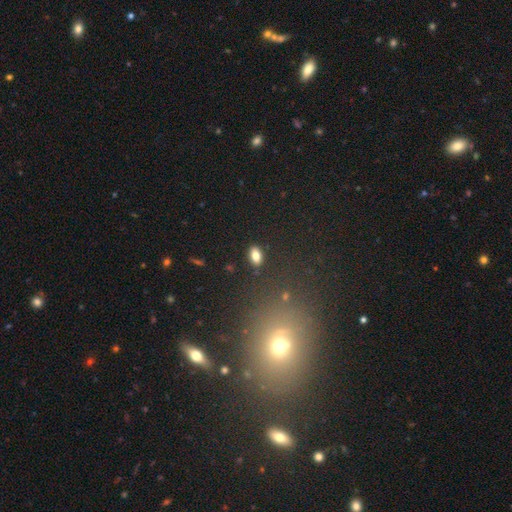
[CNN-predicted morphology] Smooth or featured?
  - smooth: 81% *
  - star or artifact: 11%
  - featured or disk: 8%
How rounded?
  - in between: 88% *
  - round: 9%
  - cigar-shaped: 3%
Merging?
  - none: 87% *
  - minor disturbance: 9%
  - major disturbance: 2%
  - merger: 2%